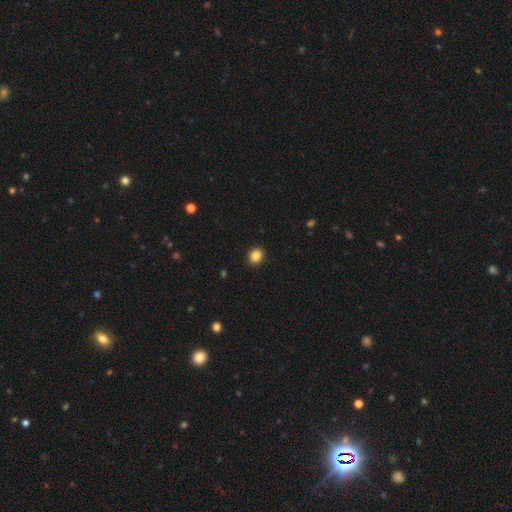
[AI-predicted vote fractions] smooth-or-featured: smooth: 86% | star or artifact: 10% | featured or disk: 4%
  how-rounded: round: 71% | in between: 28% | cigar-shaped: 1%
  merging: none: 92% | minor disturbance: 5% | major disturbance: 2% | merger: 1%